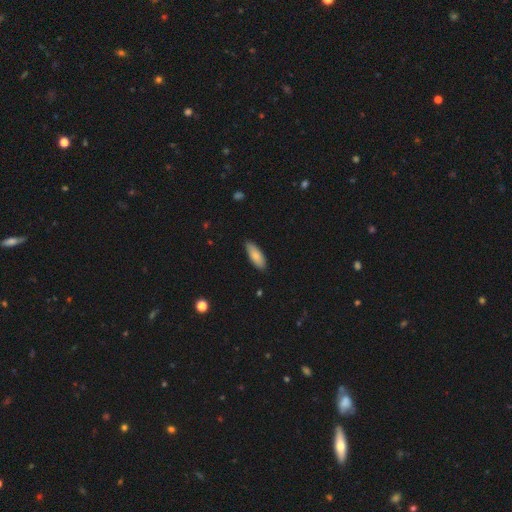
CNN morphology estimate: Smooth or featured: smooth — 83% (featured or disk — 11%)
How rounded: in between — 69% (cigar-shaped — 30%)
Merging: none — 84% (minor disturbance — 13%)